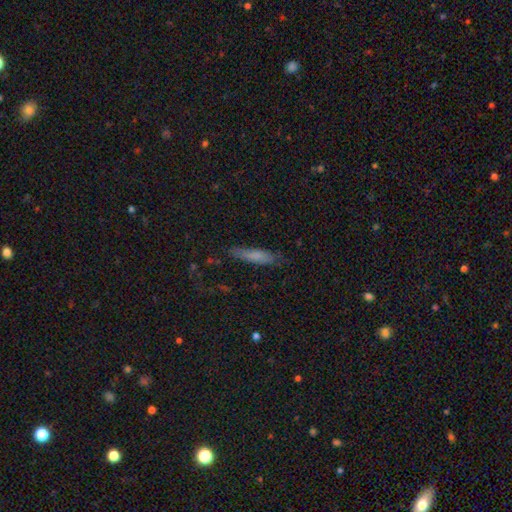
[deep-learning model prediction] The model was most divided on "smooth or featured": smooth: 67%, featured or disk: 23%, star or artifact: 9%. More confident: how rounded — cigar-shaped (82%); merging — none (74%).